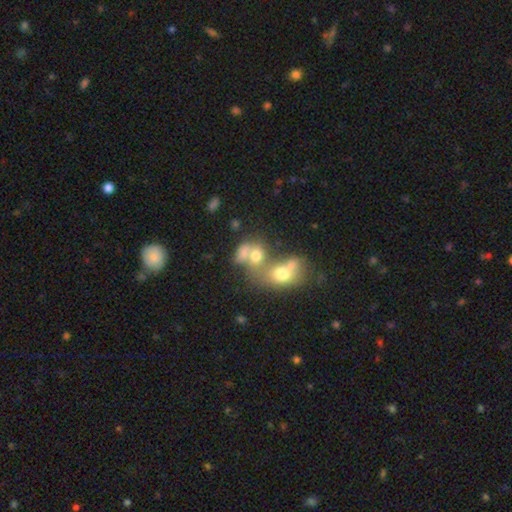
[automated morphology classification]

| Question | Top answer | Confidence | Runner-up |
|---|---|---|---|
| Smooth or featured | smooth | 62% | featured or disk (23%) |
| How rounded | in between | 55% | round (43%) |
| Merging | merger | 63% | none (20%) |